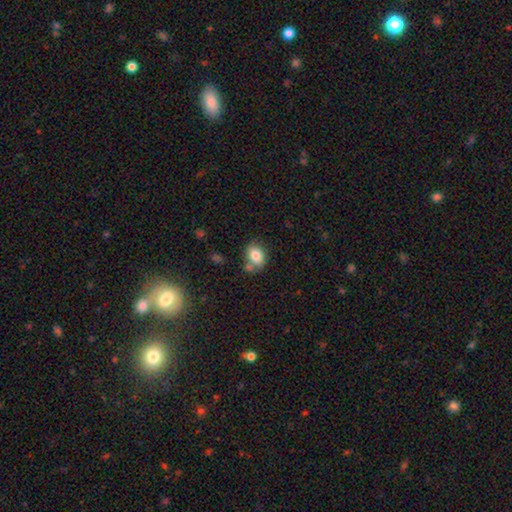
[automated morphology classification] This is clearly a smooth galaxy (81%). How rounded: likely in between (66%). Merging: likely none (64%).